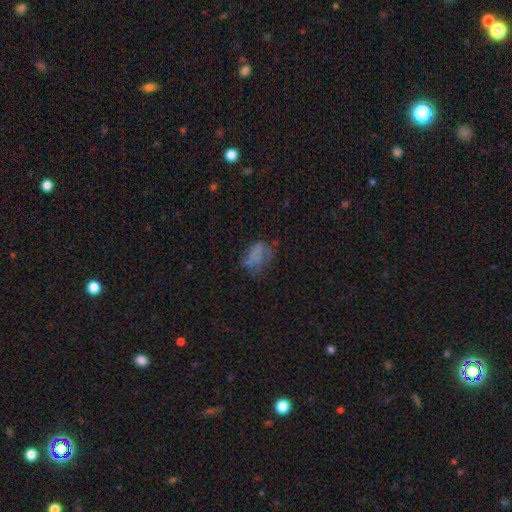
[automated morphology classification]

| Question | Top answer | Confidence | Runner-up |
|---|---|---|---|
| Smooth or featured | smooth | 51% | featured or disk (32%) |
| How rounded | in between | 80% | round (17%) |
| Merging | none | 39% | major disturbance (31%) |